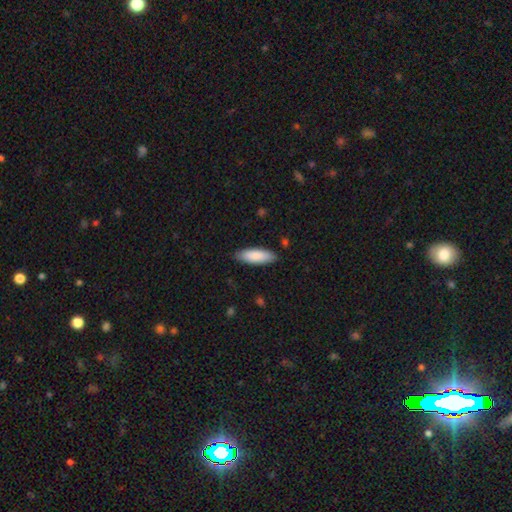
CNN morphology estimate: This appears to be a smooth galaxy with no disk features (88%) that is in between round and cigar-shaped (64%). Merging: none (87%).